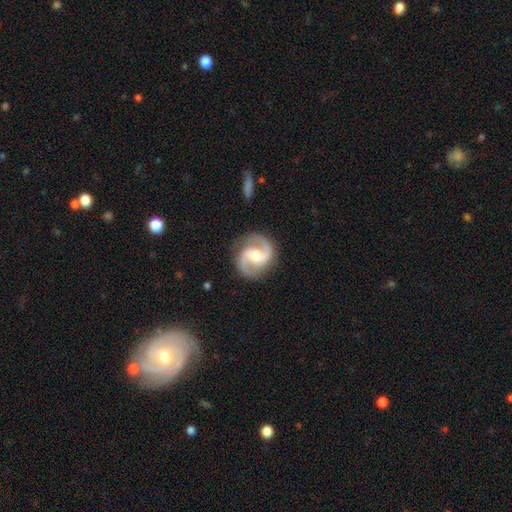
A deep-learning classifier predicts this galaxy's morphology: This appears to be a featured or disk galaxy (90%) with a weak bar (46%), 2 (94%) medium (60%) spiral arms (98%) and a moderate central bulge (68%). Merging: none (85%).